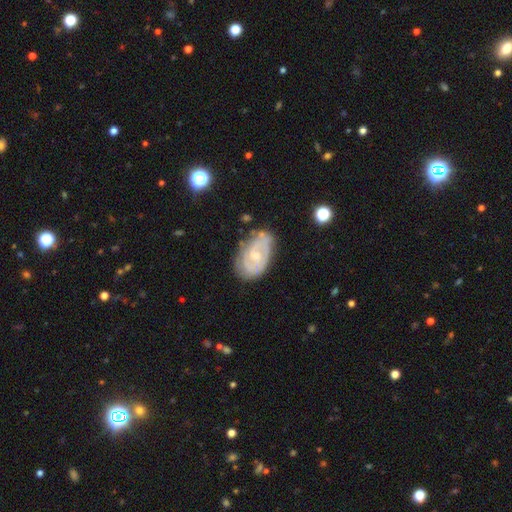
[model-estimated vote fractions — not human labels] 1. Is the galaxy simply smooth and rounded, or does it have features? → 71% featured or disk, 22% smooth, 6% star or artifact.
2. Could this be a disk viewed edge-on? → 96% no, 4% yes.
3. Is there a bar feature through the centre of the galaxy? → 63% no, 31% weak, 6% strong.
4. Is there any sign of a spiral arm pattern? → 75% yes, 25% no.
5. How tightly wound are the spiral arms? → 60% tight, 30% medium, 10% loose.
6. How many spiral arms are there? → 42% can't tell, 39% 2, 8% 3, 7% 1, 2% 4, 2% more than 4.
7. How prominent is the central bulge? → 60% small, 36% moderate, 2% none, 1% large, 1% dominant.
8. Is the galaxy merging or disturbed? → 62% none, 26% minor disturbance, 8% major disturbance, 3% merger.